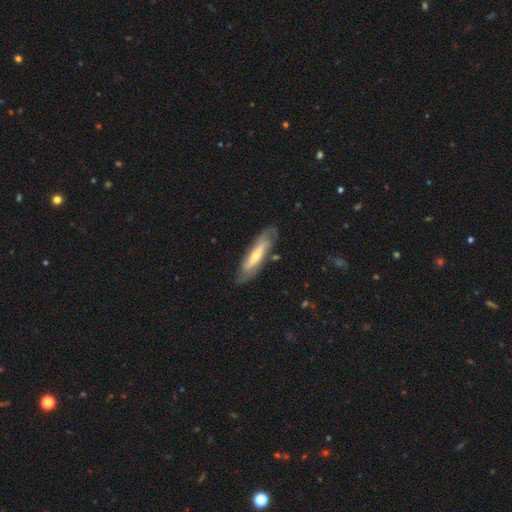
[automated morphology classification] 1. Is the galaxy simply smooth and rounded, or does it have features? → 62% featured or disk, 32% smooth, 6% star or artifact.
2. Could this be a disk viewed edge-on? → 57% no, 43% yes.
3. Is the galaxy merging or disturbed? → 76% none, 17% minor disturbance, 5% major disturbance, 2% merger.